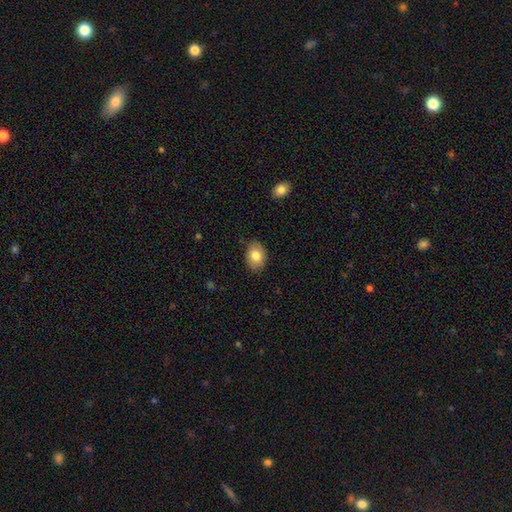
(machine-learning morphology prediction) smooth 81%, featured or disk 12%, star or artifact 8%. Down the decision tree: how rounded — in between (77%); merging — none (86%).